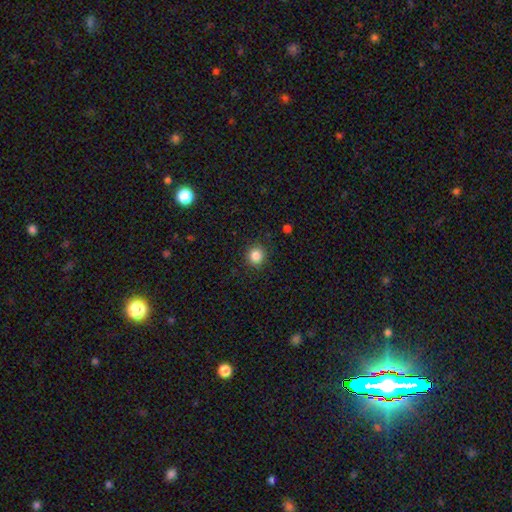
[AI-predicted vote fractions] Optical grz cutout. It shows a smooth galaxy with no disk features (85%) that is round (90%). Merging: none (89%).